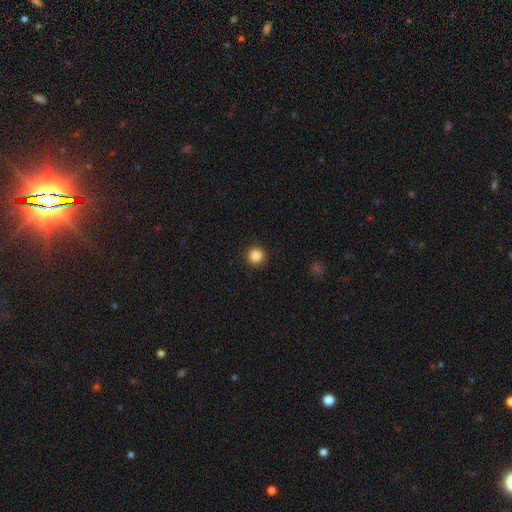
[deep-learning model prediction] A smooth galaxy with no disk features (87%) that is round (96%). Merging: none (92%).